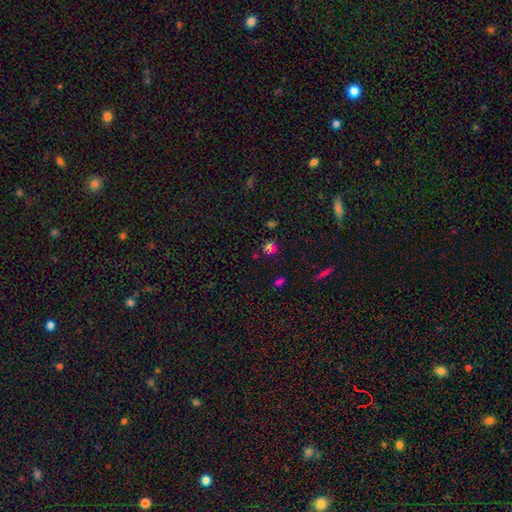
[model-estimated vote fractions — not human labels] Smooth or featured? Predicted: star or artifact (p=0.46).